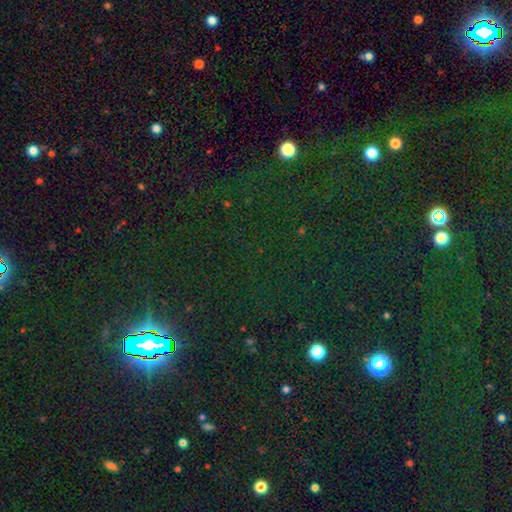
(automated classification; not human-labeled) The model was most divided on "smooth or featured": star or artifact: 81%, smooth: 11%, featured or disk: 8%.